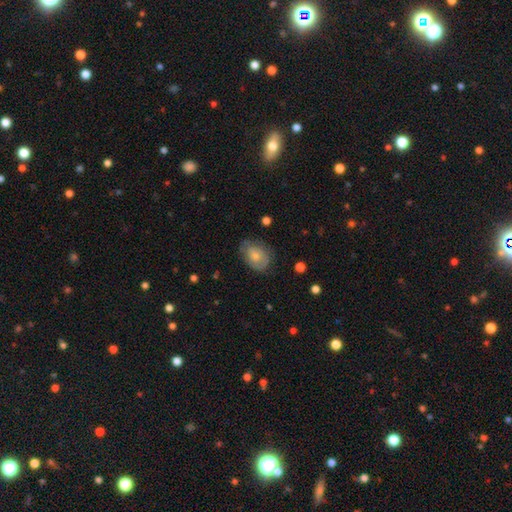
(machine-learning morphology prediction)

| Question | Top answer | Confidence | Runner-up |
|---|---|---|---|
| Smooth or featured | smooth | 56% | featured or disk (37%) |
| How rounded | in between | 77% | round (22%) |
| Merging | none | 67% | minor disturbance (23%) |